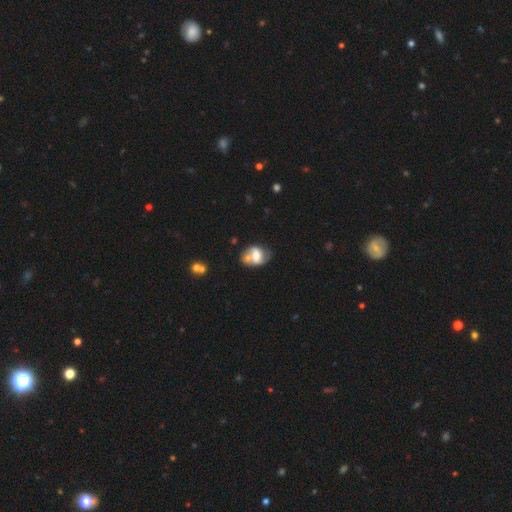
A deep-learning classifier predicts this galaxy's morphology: A featured or disk galaxy (55%) with no bar (44%), spiral arms (69%) and a moderate central bulge (52%). Merging: none (43%).